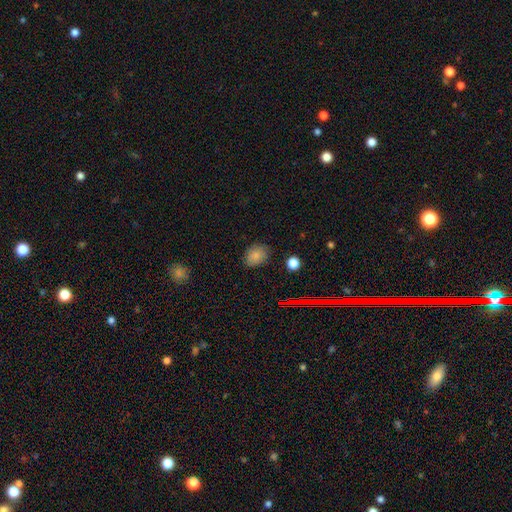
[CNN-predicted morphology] The model was most divided on "how rounded": in between: 59%, round: 40%, cigar-shaped: 1%. More confident: merging — none (82%); smooth or featured — smooth (82%).